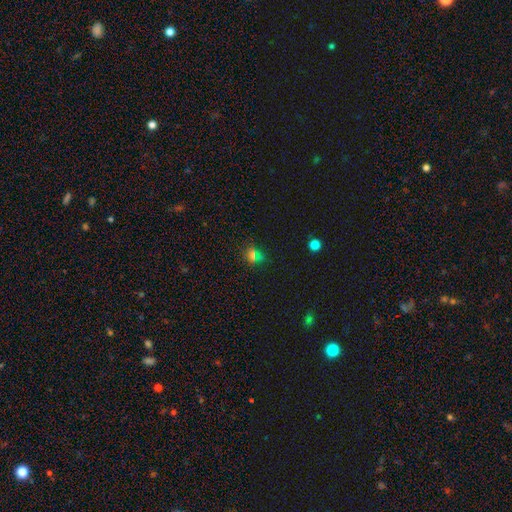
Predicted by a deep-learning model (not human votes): Morphology: type=smooth (53%); roundness=round (74%); merging=none (82%).